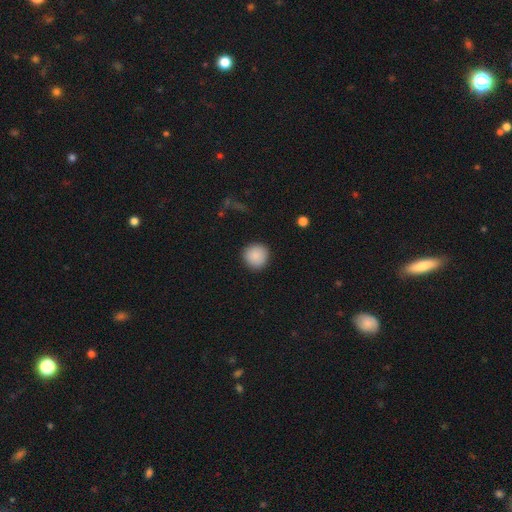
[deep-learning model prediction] Smooth or featured? smooth (89%)
How rounded? round (94%)
Merging? none (90%)